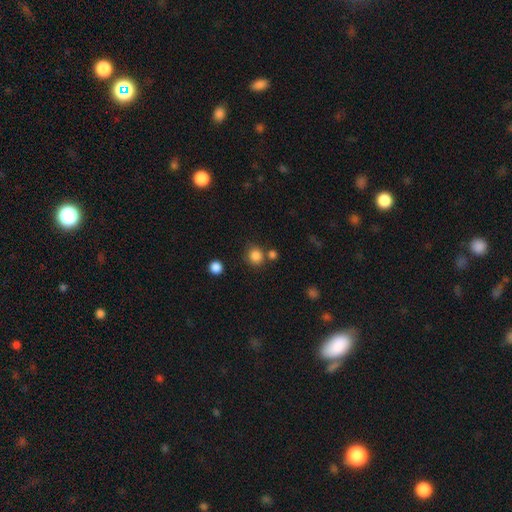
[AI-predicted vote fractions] Q: Smooth or featured?
A: smooth (84%); runner-up: star or artifact (12%)
Q: How rounded?
A: round (87%); runner-up: in between (12%)
Q: Merging?
A: none (73%); runner-up: merger (14%)